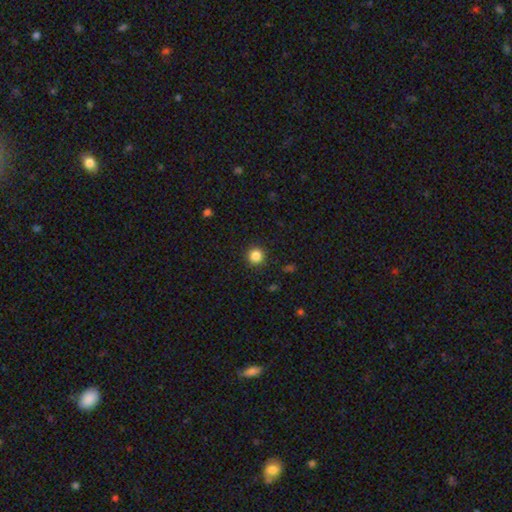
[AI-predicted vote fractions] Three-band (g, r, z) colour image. It shows a smooth galaxy with no disk features (84%) that is round (95%). Merging: none (92%).